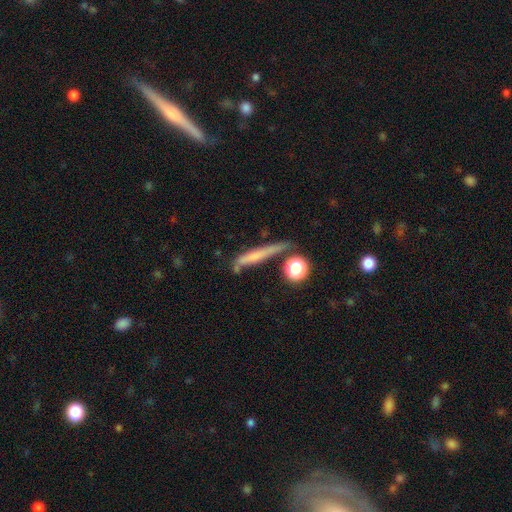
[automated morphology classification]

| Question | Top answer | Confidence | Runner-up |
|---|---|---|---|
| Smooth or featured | smooth | 54% | featured or disk (35%) |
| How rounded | cigar-shaped | 85% | in between (8%) |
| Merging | none | 62% | minor disturbance (21%) |